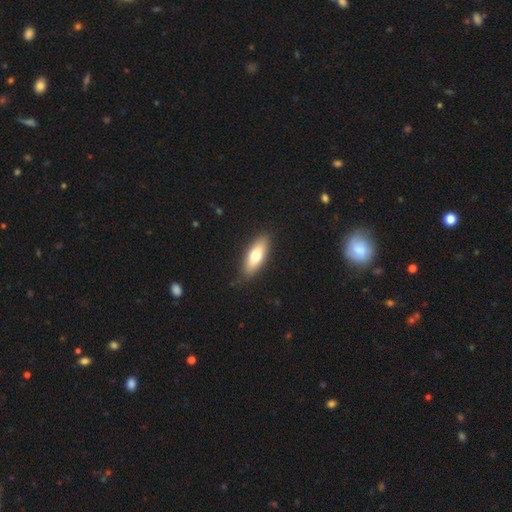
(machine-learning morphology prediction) A smooth galaxy with no disk features (69%) that is in between round and cigar-shaped (68%). Merging: none (86%).